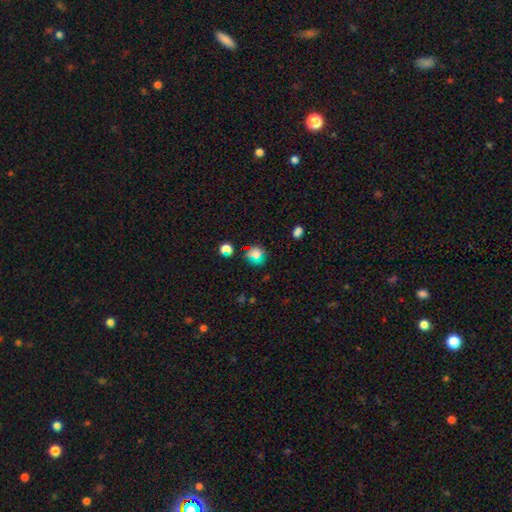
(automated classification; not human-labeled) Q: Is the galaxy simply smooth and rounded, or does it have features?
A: smooth — 60%.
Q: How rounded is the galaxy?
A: round — 83%.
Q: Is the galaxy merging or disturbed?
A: none — 78%.